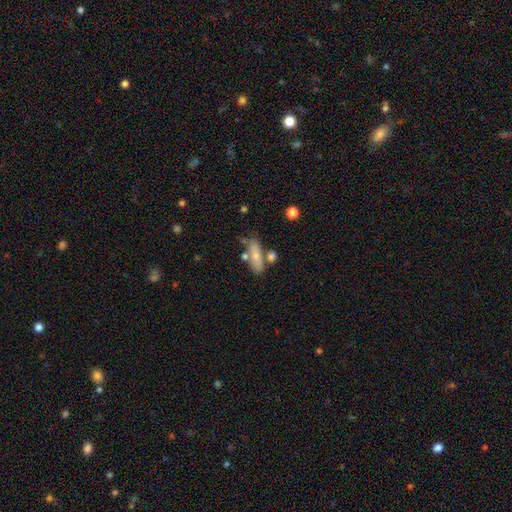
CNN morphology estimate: A smooth galaxy with no disk features (71%) that is in between round and cigar-shaped (56%).

Vote fractions:
- Smooth or featured? smooth: 71% / featured or disk: 22% / star or artifact: 7%
- How rounded? in between: 56% / cigar-shaped: 40% / round: 4%
- Merging? none: 57% / merger: 19% / minor disturbance: 17% / major disturbance: 6%